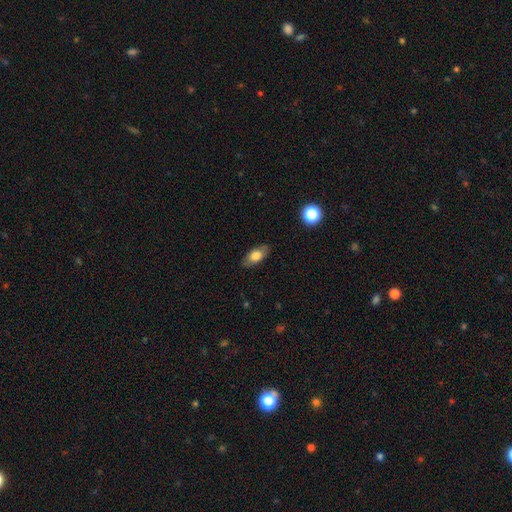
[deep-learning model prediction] A smooth galaxy with no disk features (70%) that is in between round and cigar-shaped (86%). Merging: none (84%).